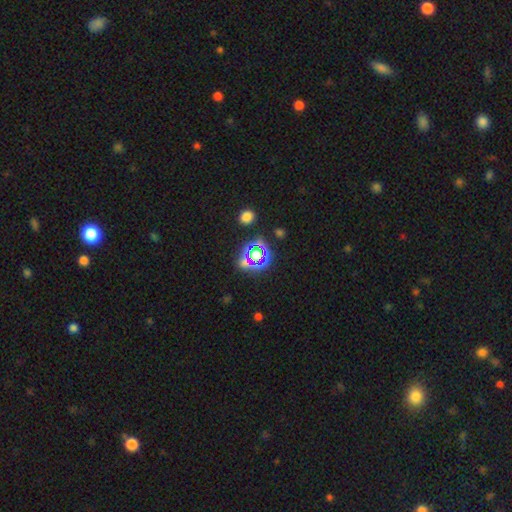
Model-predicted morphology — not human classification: type=star or artifact (60%).